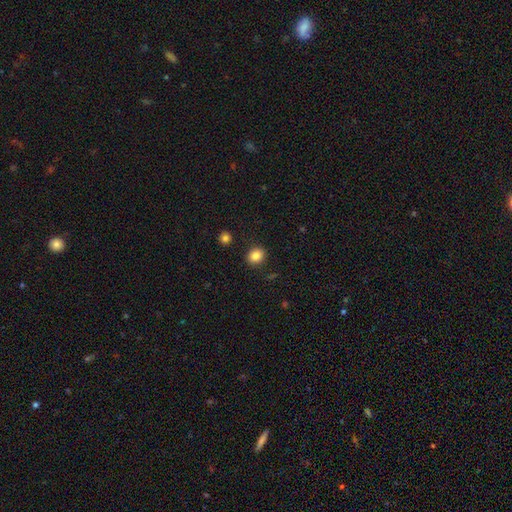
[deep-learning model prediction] This appears to be a smooth galaxy with no disk features (85%) that is round (63%). Merging: none (89%).